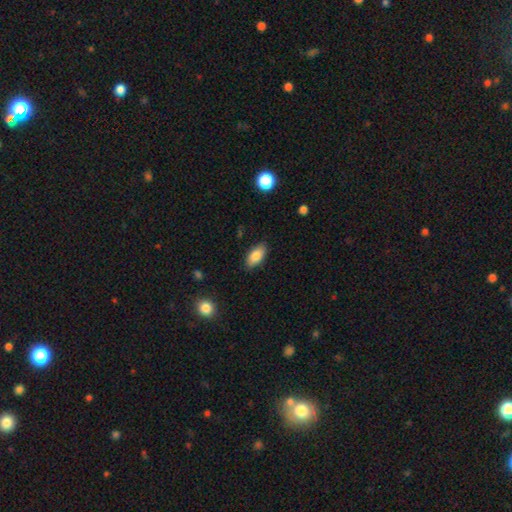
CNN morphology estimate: Smooth or featured? smooth (84%)
How rounded? in between (91%)
Merging? none (85%)